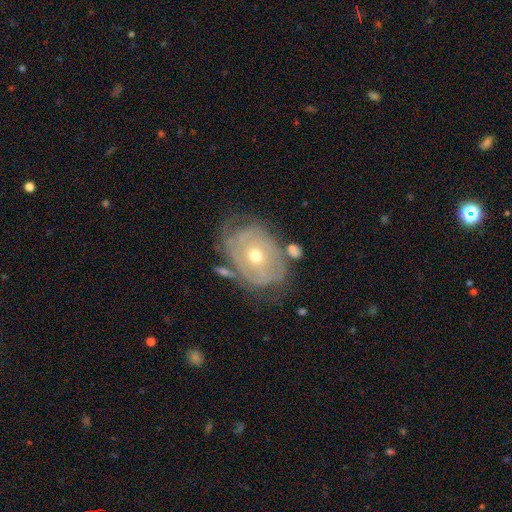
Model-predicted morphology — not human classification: A featured or disk galaxy (74%) with no bar (82%), spiral arms (69%) and a moderate central bulge (54%).

Vote fractions:
- Smooth or featured? featured or disk: 74% / smooth: 19% / star or artifact: 7%
- Edge-on disk? no: 95% / yes: 5%
- Bar? no: 82% / weak: 14% / strong: 4%
- Spiral arms? yes: 69% / no: 31%
- Bulge size? moderate: 54% / small: 43% / large: 2% / dominant: 1% / none: 1%
- Merging? none: 54% / minor disturbance: 24% / major disturbance: 15% / merger: 7%